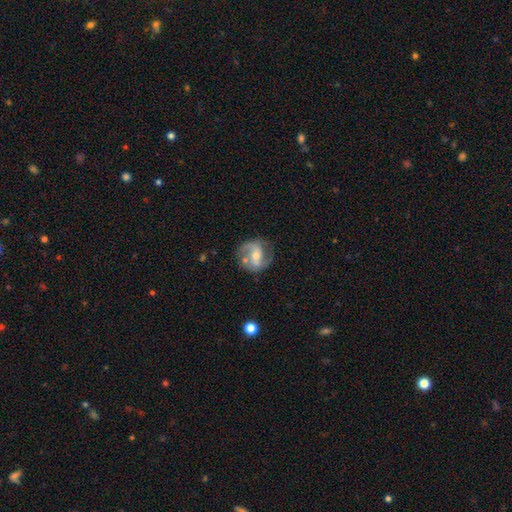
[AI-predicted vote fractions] smooth-or-featured: featured or disk: 76% | smooth: 17% | star or artifact: 6%
  disk-edge-on: no: 97% | yes: 3%
    bar: weak: 41% | no: 36% | strong: 23%
    has-spiral-arms: yes: 90% | no: 10%
      spiral-winding: medium: 49% | loose: 32% | tight: 19%
      spiral-arm-count: 2: 87% | can't tell: 6% | 1: 3% | 3: 2% | 4: 1% | more than 4: 1%
    bulge-size: moderate: 52% | small: 42% | large: 3% | none: 2% | dominant: 1%
  merging: none: 69% | minor disturbance: 17% | major disturbance: 8% | merger: 6%